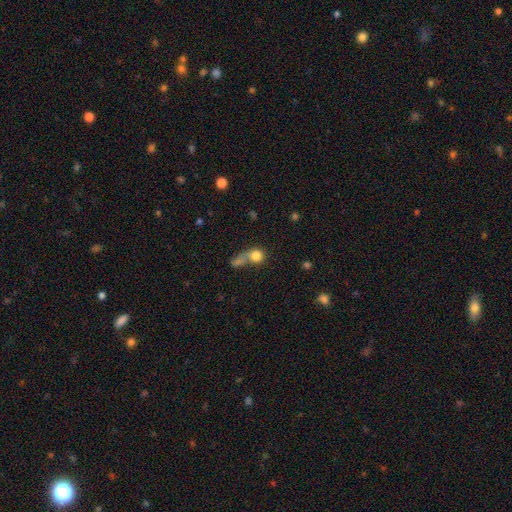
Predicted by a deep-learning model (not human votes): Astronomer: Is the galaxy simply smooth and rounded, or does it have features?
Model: smooth — 78%.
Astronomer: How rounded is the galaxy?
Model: round — 80%.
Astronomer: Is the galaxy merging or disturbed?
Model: merger — 48% (runner-up: none, 30%).